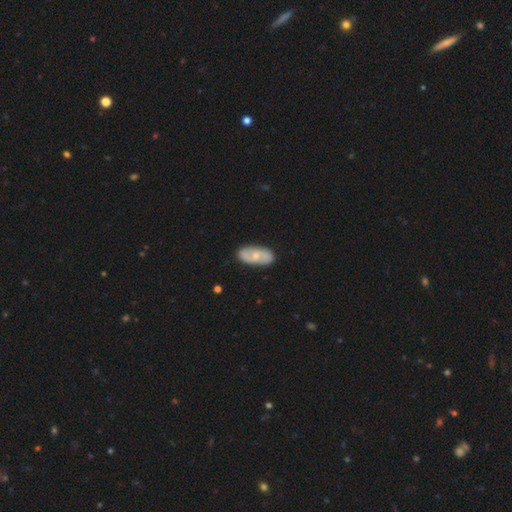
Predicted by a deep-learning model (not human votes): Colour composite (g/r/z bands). It shows a featured or disk galaxy (52%). Merging: none (86%).